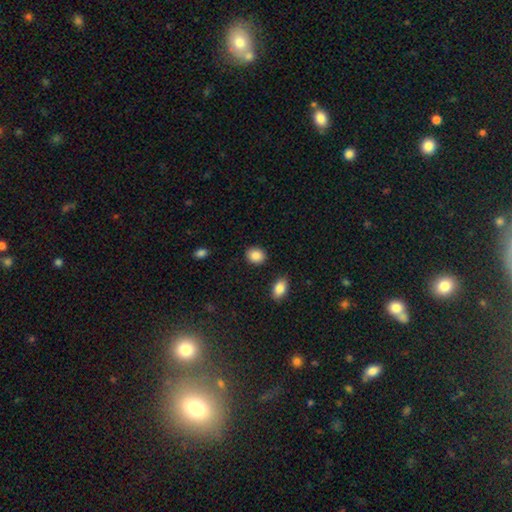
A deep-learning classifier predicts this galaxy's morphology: A smooth galaxy with no disk features (88%) that is in between round and cigar-shaped (50%).

Vote fractions:
- Smooth or featured? smooth: 88% / star or artifact: 7% / featured or disk: 4%
- How rounded? in between: 50% / round: 49% / cigar-shaped: 1%
- Merging? none: 88% / minor disturbance: 7% / merger: 2% / major disturbance: 2%